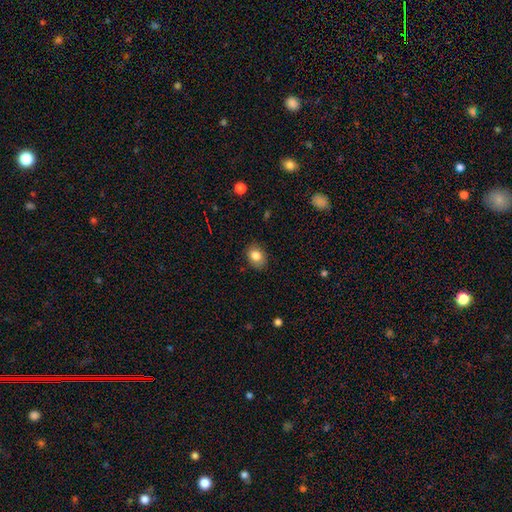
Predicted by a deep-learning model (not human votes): smooth_or_featured: smooth (p=0.82) [alt: star or artifact p=0.09]
how_rounded: in between (p=0.58) [alt: round p=0.41]
merging: none (p=0.85) [alt: minor disturbance p=0.12]